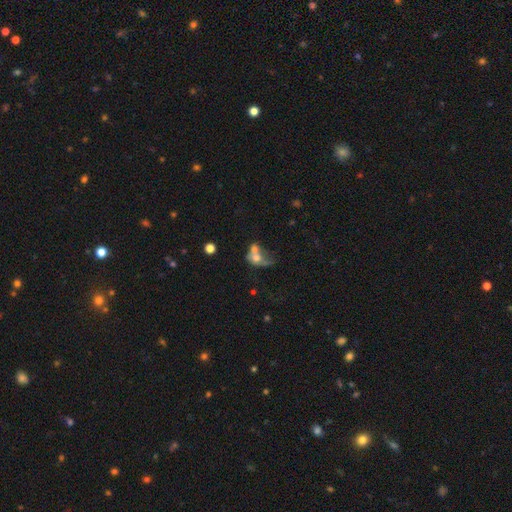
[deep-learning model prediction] The model was most divided on "how rounded": in between: 54%, round: 44%, cigar-shaped: 2%. More confident: merging — merger (63%); smooth or featured — smooth (55%).